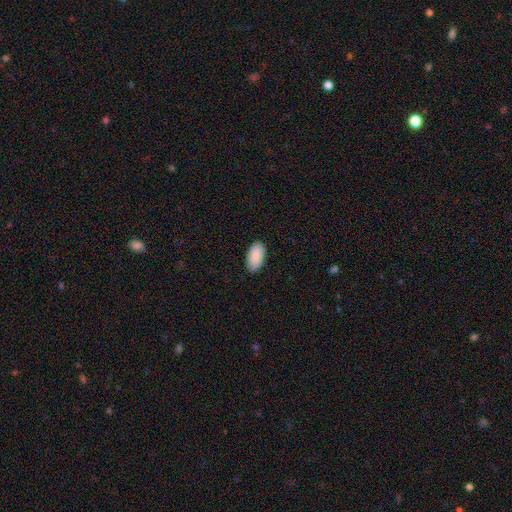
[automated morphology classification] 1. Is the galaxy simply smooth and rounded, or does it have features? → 90% smooth, 6% star or artifact, 4% featured or disk.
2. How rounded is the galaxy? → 95% in between, 3% cigar-shaped, 2% round.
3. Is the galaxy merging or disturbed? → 86% none, 11% minor disturbance, 2% major disturbance, 1% merger.